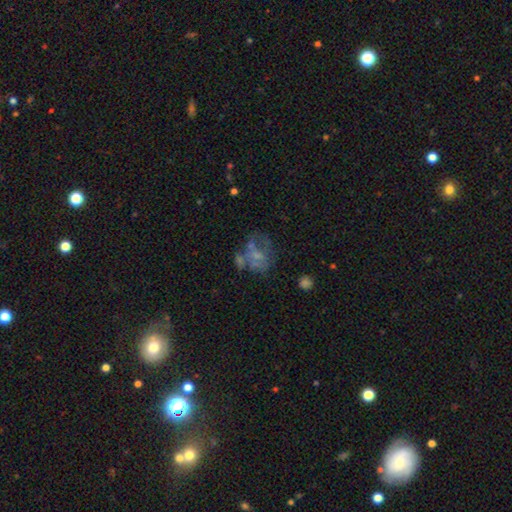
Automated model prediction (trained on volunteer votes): smooth-or-featured: featured or disk: 52% | smooth: 33% | star or artifact: 15%
  disk-edge-on: no: 98% | yes: 2%
    bar: no: 82% | weak: 14% | strong: 3%
    has-spiral-arms: no: 83% | yes: 17%
    bulge-size: none: 46% | small: 30% | moderate: 20% | large: 3% | dominant: 1%
  merging: none: 31% (tied) | major disturbance: 31% (tied) | merger: 20% | minor disturbance: 17%